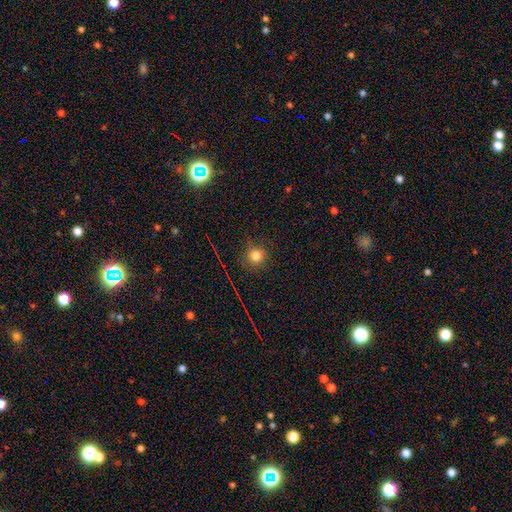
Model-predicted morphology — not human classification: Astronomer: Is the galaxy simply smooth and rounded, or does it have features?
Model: smooth — 76%.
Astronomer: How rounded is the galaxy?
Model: round — 91%.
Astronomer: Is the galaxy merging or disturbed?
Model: none — 86%.